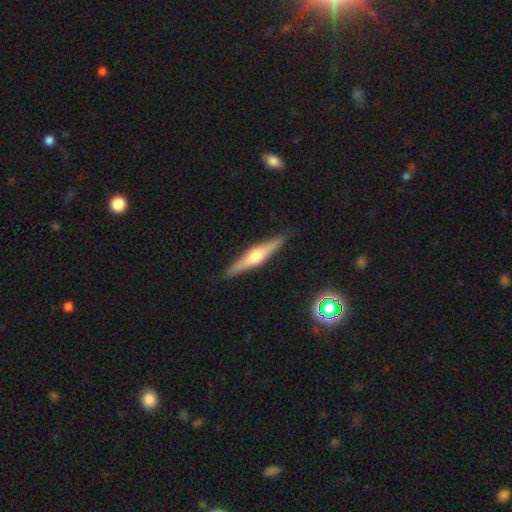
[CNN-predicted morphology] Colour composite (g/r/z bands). It shows a featured or disk galaxy (67%) viewed edge-on (97%) with a rounded central bulge (92%). Merging: none (90%).